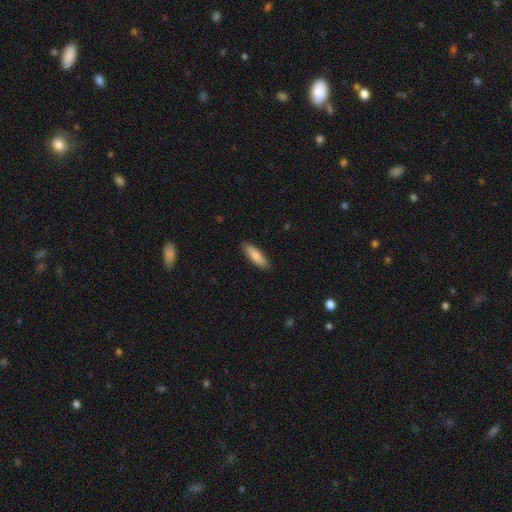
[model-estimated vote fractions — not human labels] Smooth or featured? smooth (83%)
How rounded? cigar-shaped (56%)
Merging? none (88%)